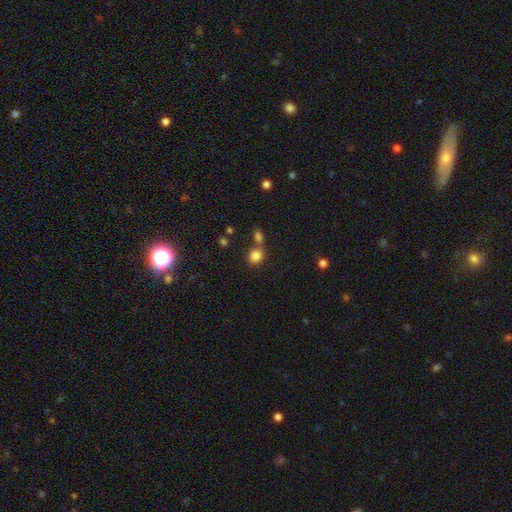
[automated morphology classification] type=smooth (83%); roundness=round (74%); merging=none (60%).